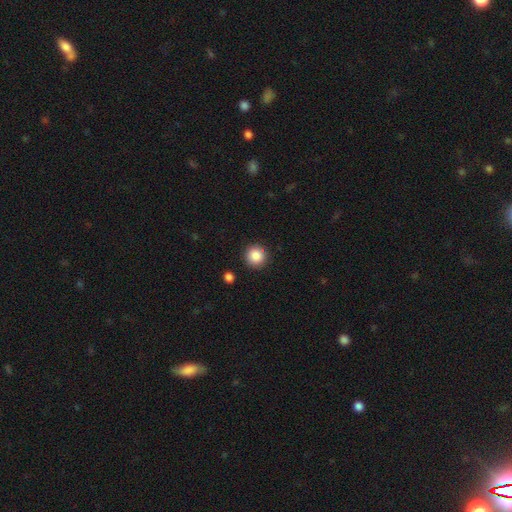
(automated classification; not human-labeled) Overall: smooth (87%). How rounded: round (95%). Merging: none (90%).